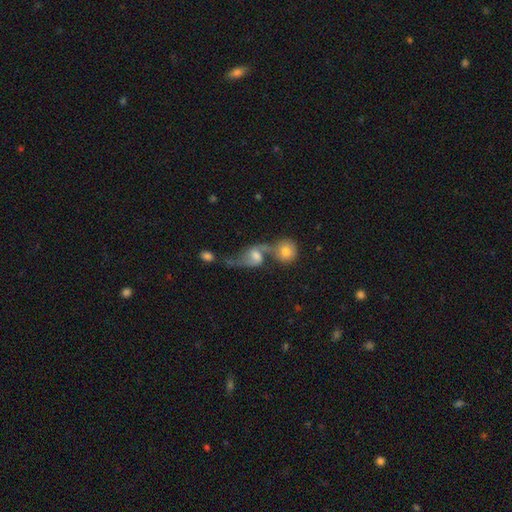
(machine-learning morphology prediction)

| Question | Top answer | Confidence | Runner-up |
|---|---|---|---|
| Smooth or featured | featured or disk | 59% | smooth (32%) |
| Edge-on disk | no | 94% | yes (6%) |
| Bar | weak | 45% | no (38%) |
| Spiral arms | yes | 79% | no (21%) |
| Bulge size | moderate | 47% | large (25%) |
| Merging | merger | 53% | none (22%) |